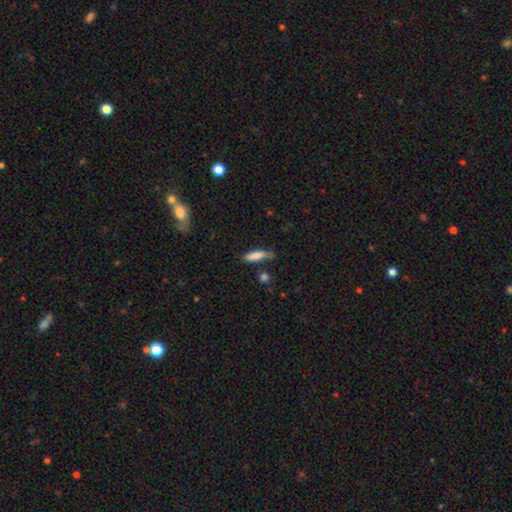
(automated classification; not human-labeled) Smooth or featured: smooth — 82% (featured or disk — 11%)
How rounded: cigar-shaped — 60% (in between — 38%)
Merging: none — 61% (minor disturbance — 26%)